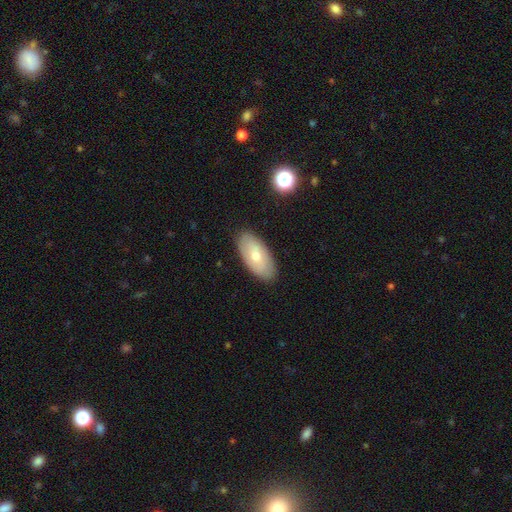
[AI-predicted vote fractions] Morphology: type=smooth (61%); roundness=in between (92%); merging=none (87%).